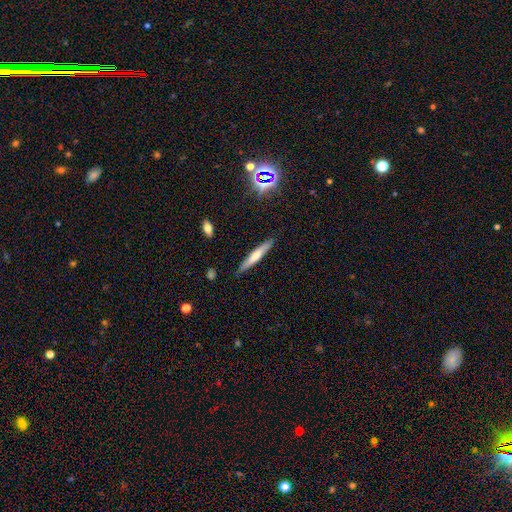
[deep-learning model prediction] smooth 56%, featured or disk 36%, star or artifact 8%. Down the decision tree: how rounded — cigar-shaped (91%); merging — none (86%).